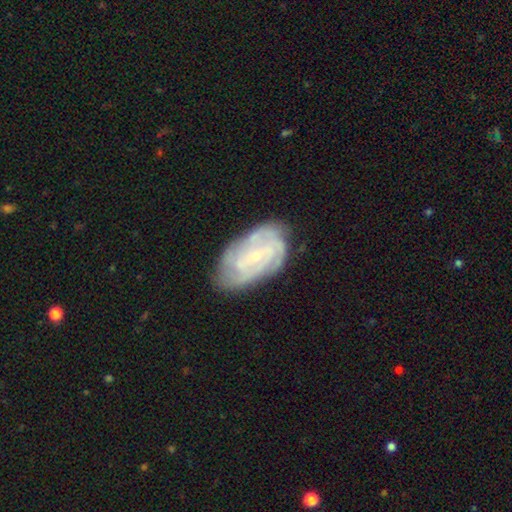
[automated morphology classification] Q: Smooth or featured?
A: featured or disk (80%); runner-up: smooth (13%)
Q: Edge-on disk?
A: no (96%); runner-up: yes (4%)
Q: Bar?
A: no (48%); runner-up: weak (39%)
Q: Spiral arms?
A: yes (93%); runner-up: no (7%)
Q: Spiral winding?
A: tight (66%); runner-up: medium (27%)
Q: Spiral arm count?
A: can't tell (34%); runner-up: 3 (20%)
Q: Bulge size?
A: small (80%); runner-up: moderate (16%)
Q: Merging?
A: none (73%); runner-up: minor disturbance (20%)